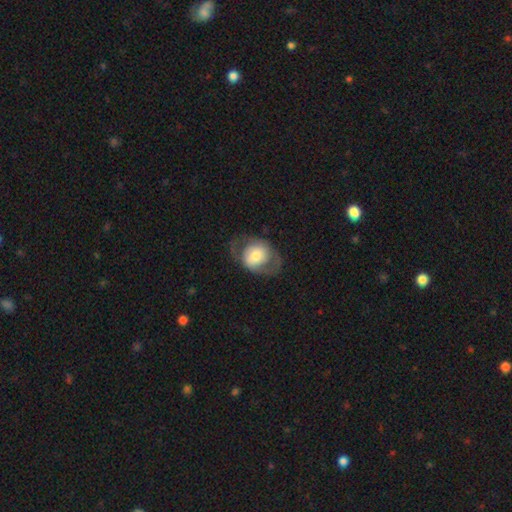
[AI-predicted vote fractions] Smooth or featured? Predicted: smooth (p=0.49). Merging? Predicted: none (p=0.57).